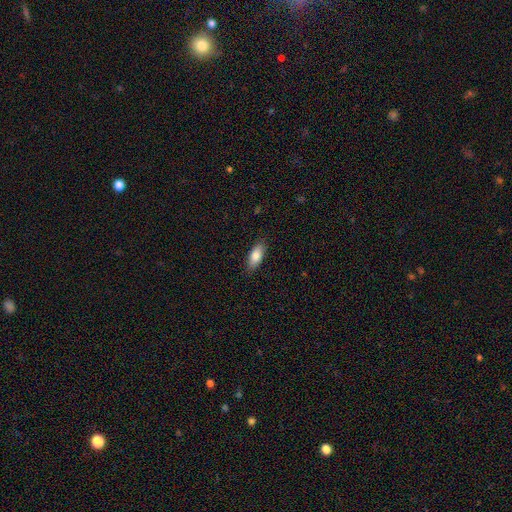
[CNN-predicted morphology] The model was most divided on "how rounded": in between: 80%, cigar-shaped: 18%, round: 2%. More confident: merging — none (86%); smooth or featured — smooth (83%).